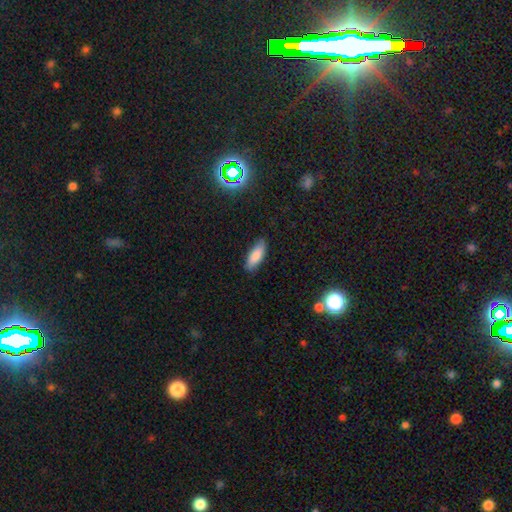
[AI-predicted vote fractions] Smooth or featured?
  - smooth: 84% *
  - featured or disk: 8%
  - star or artifact: 7%
How rounded?
  - in between: 66% *
  - cigar-shaped: 32%
  - round: 2%
Merging?
  - none: 85% *
  - minor disturbance: 11%
  - major disturbance: 2%
  - merger: 1%